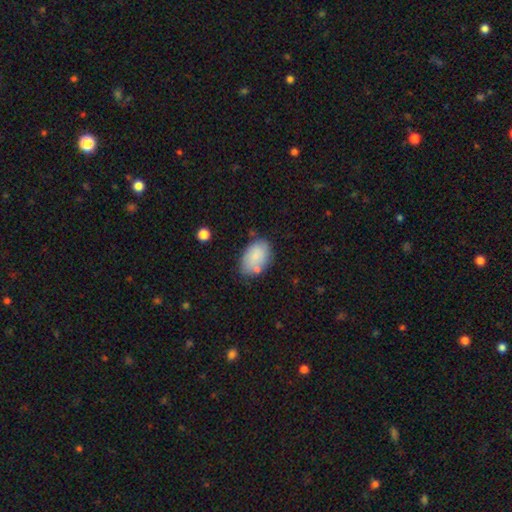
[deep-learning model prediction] smooth_or_featured: smooth (p=0.82) [alt: featured or disk p=0.11]
how_rounded: in between (p=0.89) [alt: round p=0.10]
merging: none (p=0.66) [alt: minor disturbance p=0.20]